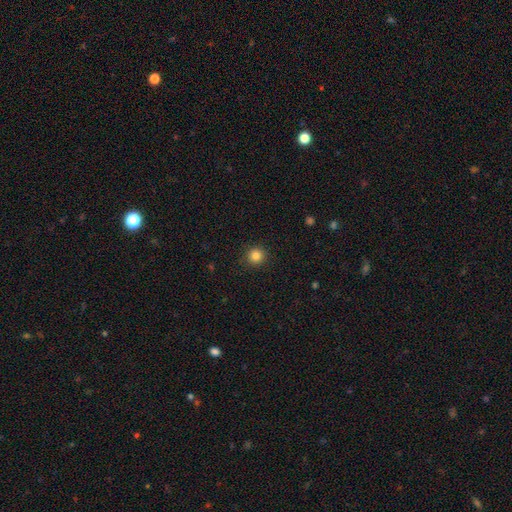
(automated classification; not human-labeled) This is clearly a smooth galaxy (84%). How rounded: clearly round (93%). Merging: clearly none (91%).